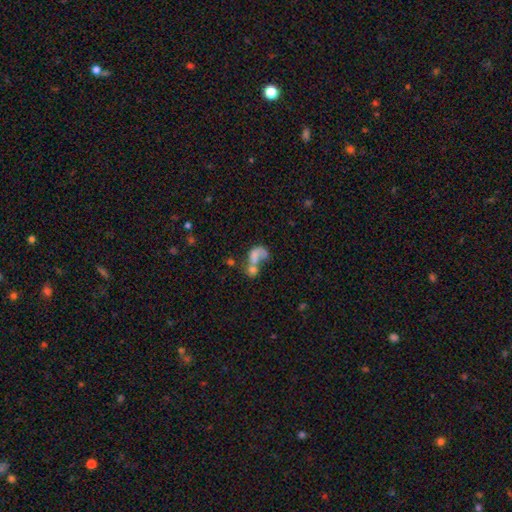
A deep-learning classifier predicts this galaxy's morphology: A smooth galaxy with no disk features (57%) that is in between round and cigar-shaped (73%). Merging: merger (61%).